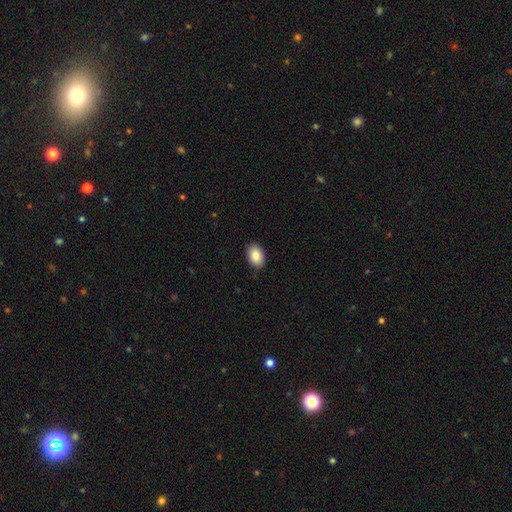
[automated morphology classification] Smooth or featured? Predicted: smooth (p=0.88). How rounded? Predicted: in between (p=0.87). Merging? Predicted: none (p=0.89).